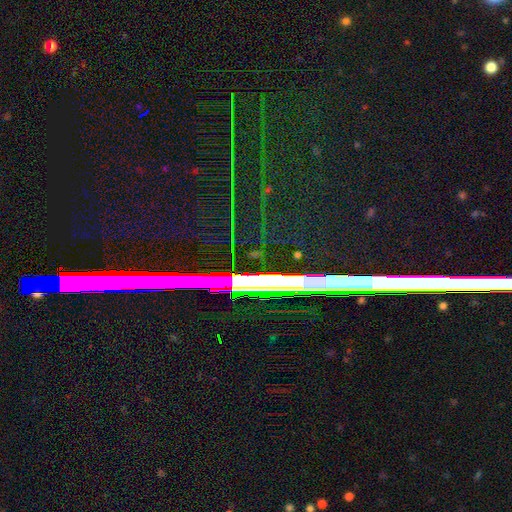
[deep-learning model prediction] Smooth or featured? star or artifact (79%)